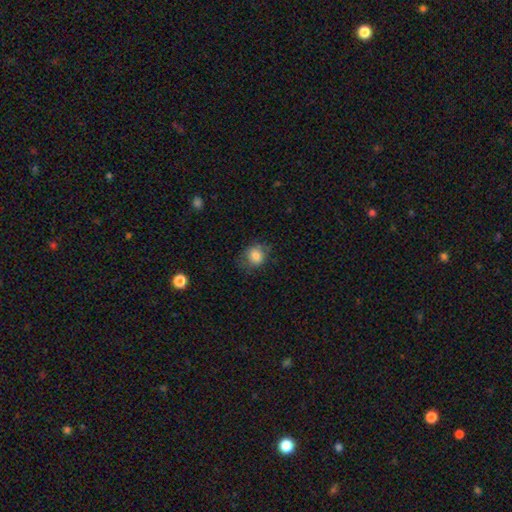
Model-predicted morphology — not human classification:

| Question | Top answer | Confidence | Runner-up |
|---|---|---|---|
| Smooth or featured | smooth | 79% | featured or disk (12%) |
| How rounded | round | 63% | in between (36%) |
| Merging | none | 65% | minor disturbance (23%) |